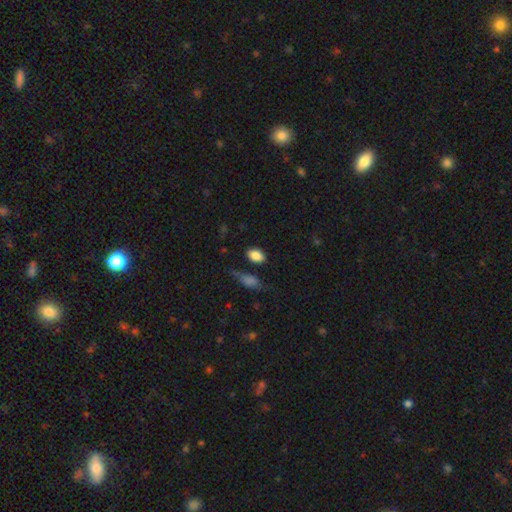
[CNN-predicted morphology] Overall: smooth (86%). How rounded: in between (86%). Merging: none (77%).